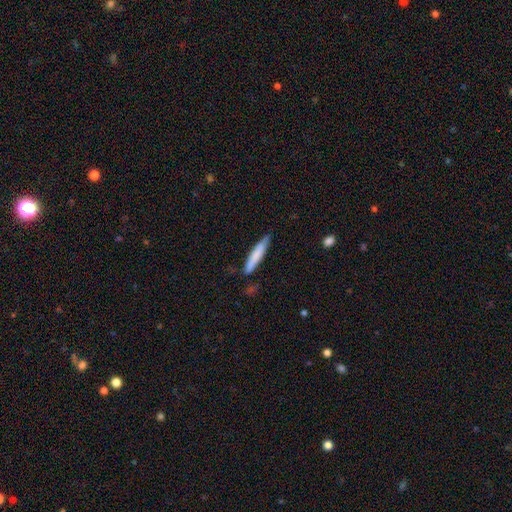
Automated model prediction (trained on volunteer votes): Smooth or featured? smooth (75%)
How rounded? cigar-shaped (92%)
Merging? none (79%)